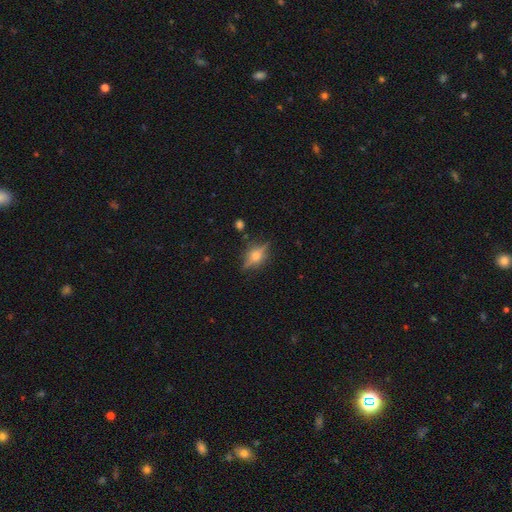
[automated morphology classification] A featured or disk galaxy (61%) viewed edge-on (90%) with a rounded central bulge (93%). Merging: none (80%).